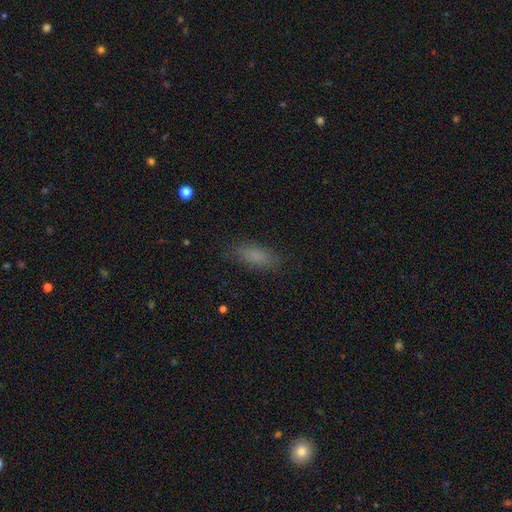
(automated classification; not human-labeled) Smooth or featured: smooth — 81% (star or artifact — 10%)
How rounded: in between — 67% (cigar-shaped — 30%)
Merging: none — 83% (minor disturbance — 12%)